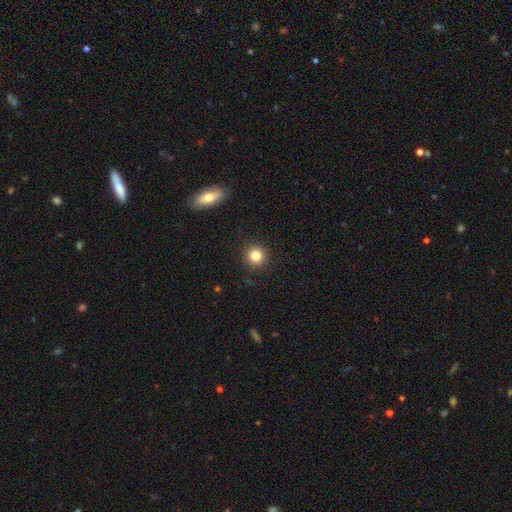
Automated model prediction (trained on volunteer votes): The model was most divided on "smooth or featured": smooth: 82%, star or artifact: 12%, featured or disk: 7%. More confident: how rounded — round (94%); merging — none (91%).